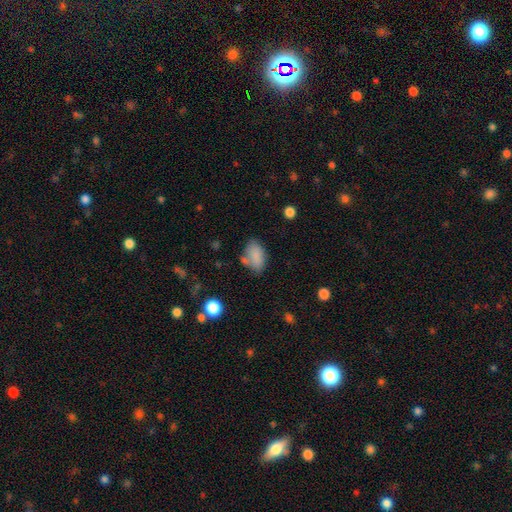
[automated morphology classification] Overall: smooth (83%). How rounded: in between (90%). Merging: none (58%; minor disturbance 23%).